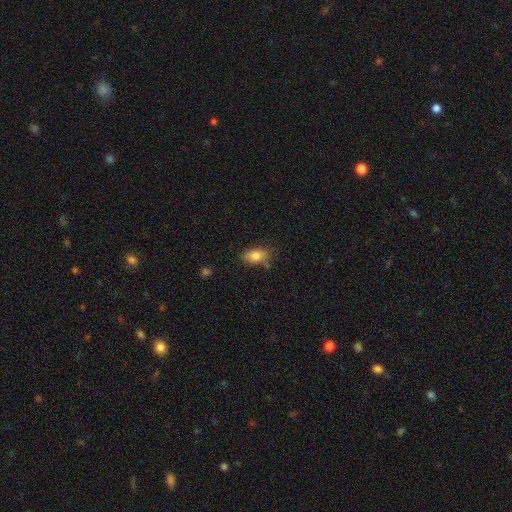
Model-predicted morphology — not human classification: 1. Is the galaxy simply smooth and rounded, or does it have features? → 82% smooth, 9% featured or disk, 9% star or artifact.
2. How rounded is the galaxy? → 88% in between, 7% round, 5% cigar-shaped.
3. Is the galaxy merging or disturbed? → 72% none, 19% minor disturbance, 4% major disturbance, 4% merger.